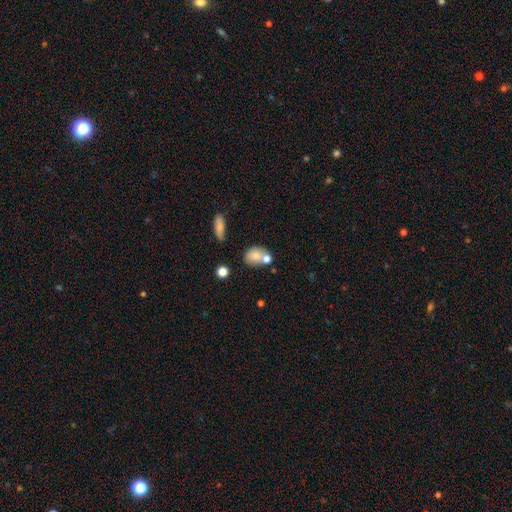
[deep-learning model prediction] A smooth galaxy with no disk features (75%) that is in between round and cigar-shaped (58%). Merging: none (42%).